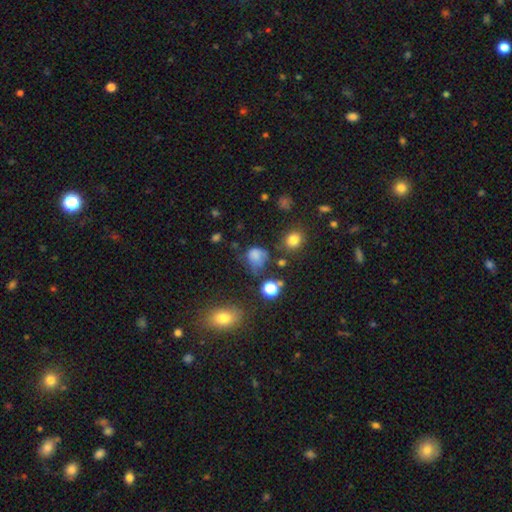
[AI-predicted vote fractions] A smooth galaxy with no disk features (67%) that is round (59%). Merging: none (35%).